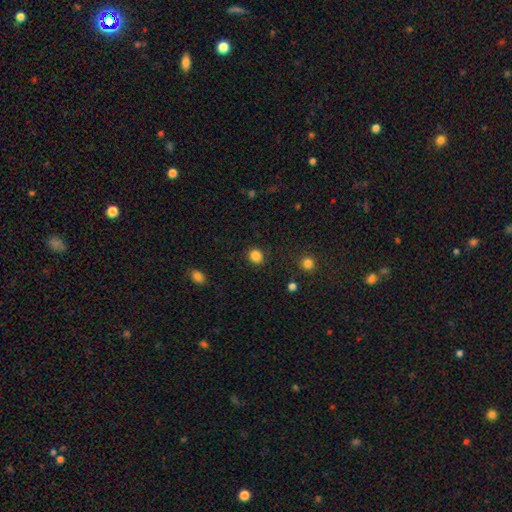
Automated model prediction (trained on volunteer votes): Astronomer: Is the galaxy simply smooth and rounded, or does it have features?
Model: smooth — 86%.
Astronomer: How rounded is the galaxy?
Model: round — 74%.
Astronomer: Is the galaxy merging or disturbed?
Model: none — 89%.